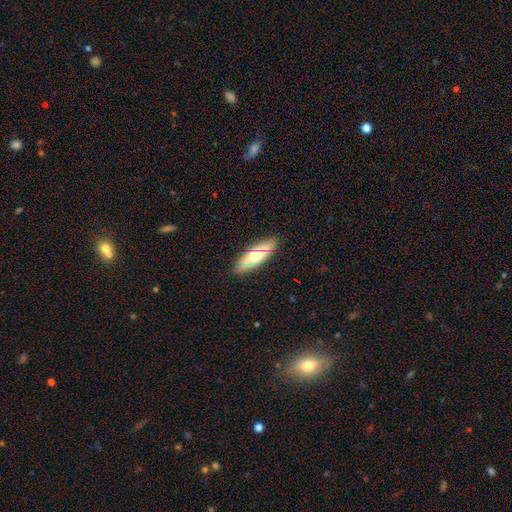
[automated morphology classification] smooth_or_featured: smooth (p=0.52) [alt: featured or disk p=0.41]
how_rounded: in between (p=0.54) [alt: cigar-shaped p=0.44]
merging: none (p=0.85) [alt: minor disturbance p=0.11]